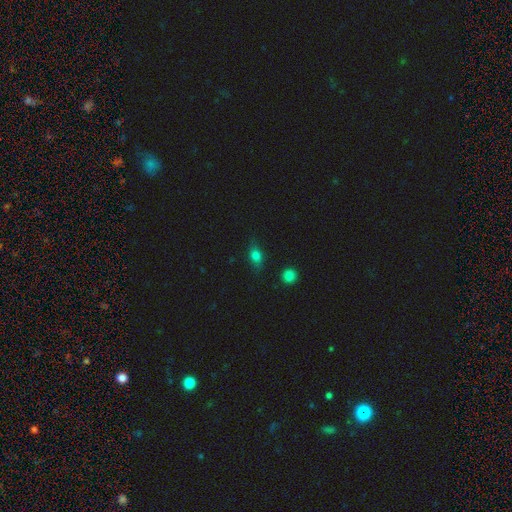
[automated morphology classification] Q: Smooth or featured?
A: smooth (71%); runner-up: featured or disk (15%)
Q: How rounded?
A: in between (68%); runner-up: round (23%)
Q: Merging?
A: none (78%); runner-up: minor disturbance (16%)